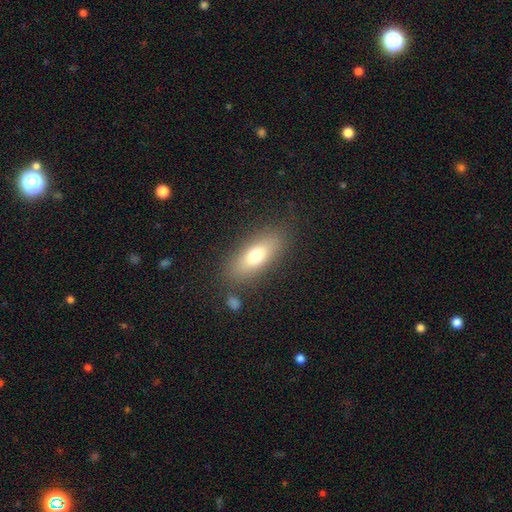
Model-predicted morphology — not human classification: smooth 72%, featured or disk 20%, star or artifact 8%. Down the decision tree: how rounded — in between (70%); merging — none (80%).